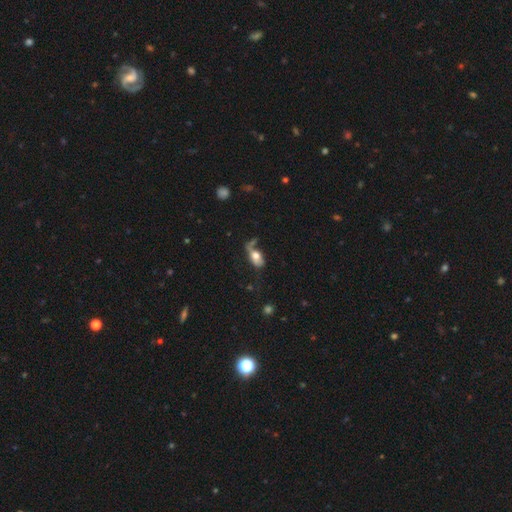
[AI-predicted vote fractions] The model was most divided on "merging": major disturbance: 32%, none: 31%, minor disturbance: 22%, merger: 15%. More confident: how rounded — in between (83%); smooth or featured — smooth (56%).